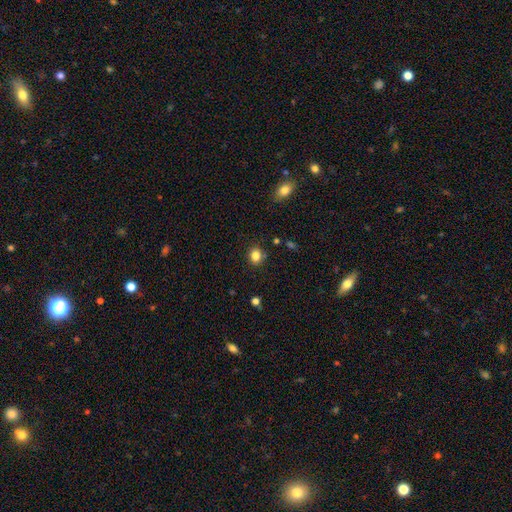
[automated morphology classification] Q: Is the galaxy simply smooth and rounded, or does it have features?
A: smooth — 84%.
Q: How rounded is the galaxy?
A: round — 63%.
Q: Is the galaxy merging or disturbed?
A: none — 84%.